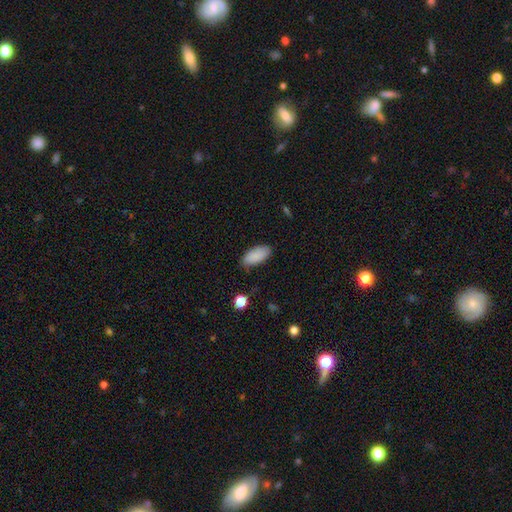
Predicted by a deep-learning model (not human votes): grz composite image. It shows a smooth galaxy with no disk features (89%) that is in between round and cigar-shaped (90%). Merging: none (82%).